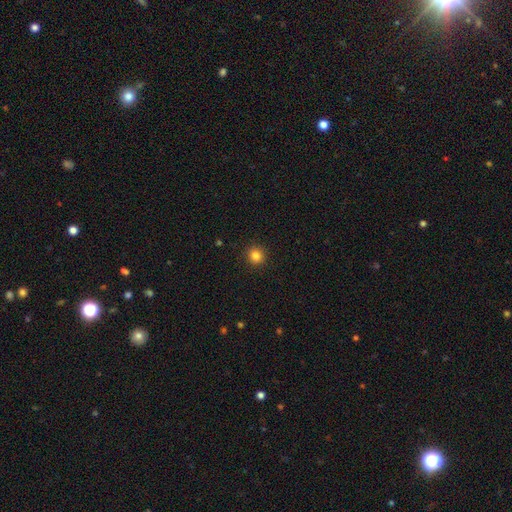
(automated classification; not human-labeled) This is clearly a smooth galaxy (84%). How rounded: clearly round (90%). Merging: clearly none (92%).